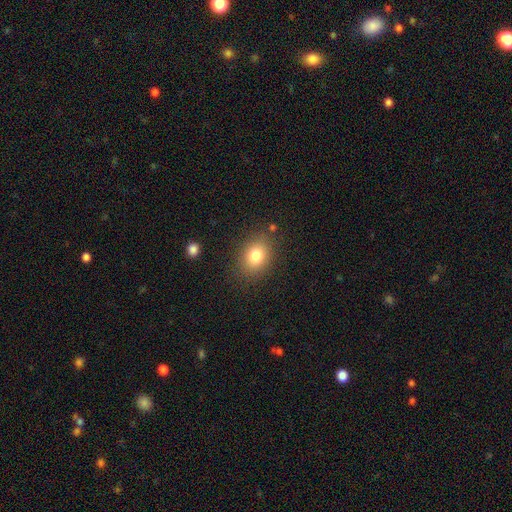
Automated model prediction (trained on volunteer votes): Smooth or featured?
  - smooth: 80% *
  - star or artifact: 11%
  - featured or disk: 9%
How rounded?
  - in between: 57% *
  - round: 42%
  - cigar-shaped: 1%
Merging?
  - none: 83% *
  - minor disturbance: 11%
  - major disturbance: 4%
  - merger: 2%